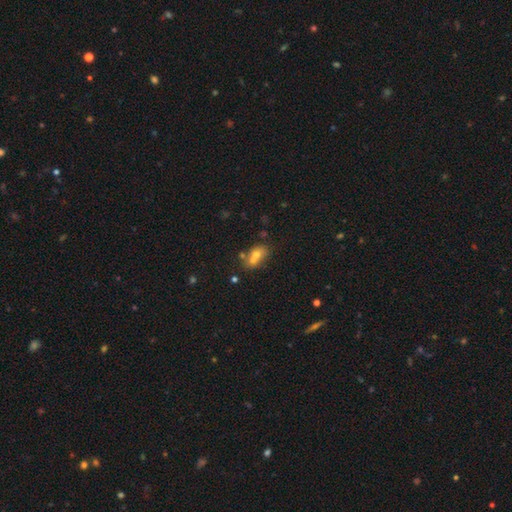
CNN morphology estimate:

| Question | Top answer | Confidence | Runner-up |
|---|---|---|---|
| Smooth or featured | smooth | 64% | featured or disk (22%) |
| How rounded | in between | 57% | round (41%) |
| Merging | merger | 55% | none (31%) |